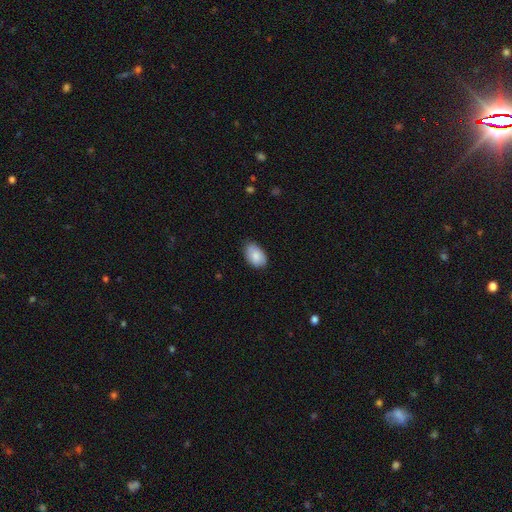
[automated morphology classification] This appears to be a smooth galaxy with no disk features (83%) that is in between round and cigar-shaped (91%). Merging: none (75%).